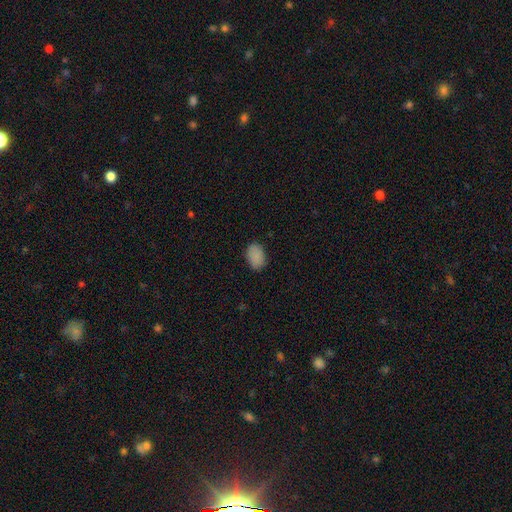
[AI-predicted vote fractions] The model was most divided on "how rounded": in between: 83%, round: 16%, cigar-shaped: 1%. More confident: smooth or featured — smooth (87%); merging — none (83%).